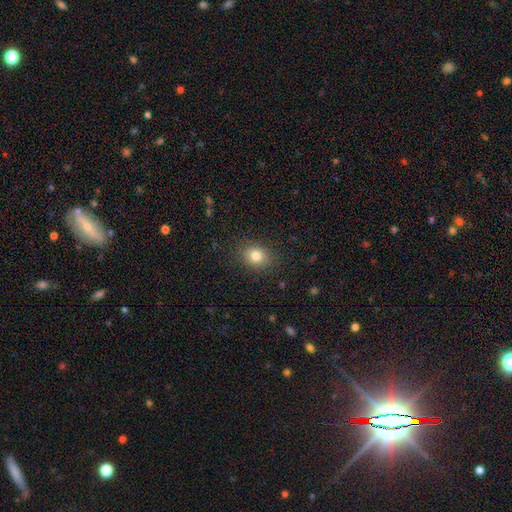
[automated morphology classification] smooth_or_featured: smooth (p=0.81) [alt: star or artifact p=0.11]
how_rounded: round (p=0.52) [alt: in between p=0.47]
merging: none (p=0.87) [alt: minor disturbance p=0.09]